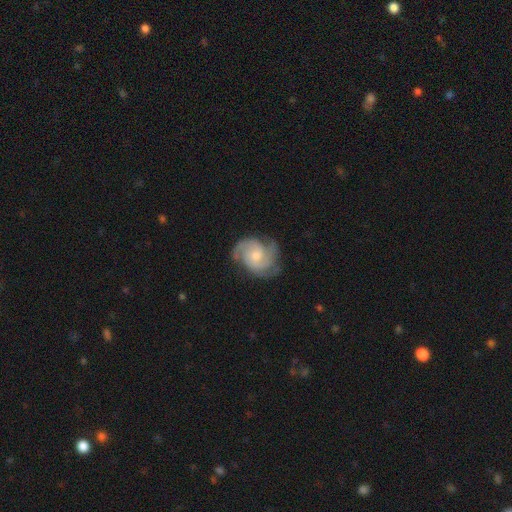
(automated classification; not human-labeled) Morphology: type=featured or disk (86%); edge-on=no (98%); bar=no (67%); spiral arms=yes (97%); winding=medium (46%); arm count=3 (41%); bulge=moderate (52%); merging=none (71%).